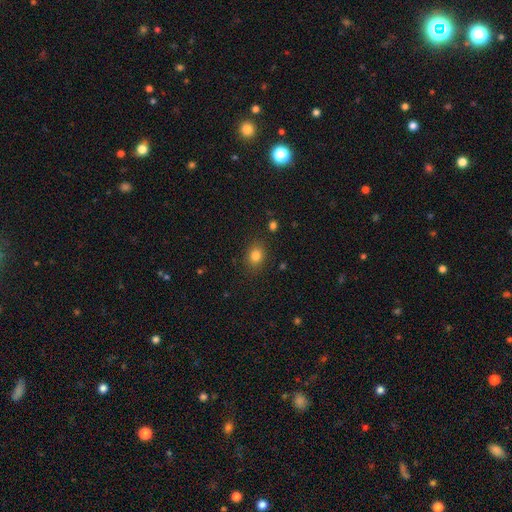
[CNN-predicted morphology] Smooth or featured: smooth — 81% (star or artifact — 12%)
How rounded: in between — 52% (round — 47%)
Merging: none — 84% (minor disturbance — 11%)